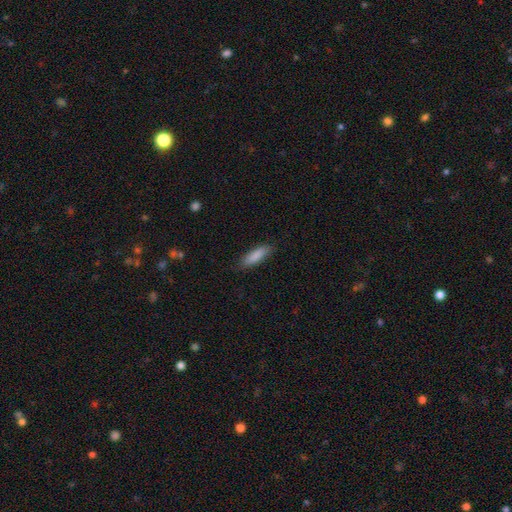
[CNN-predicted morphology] Overall: smooth (87%). How rounded: cigar-shaped (55%; in between 43%). Merging: none (85%).